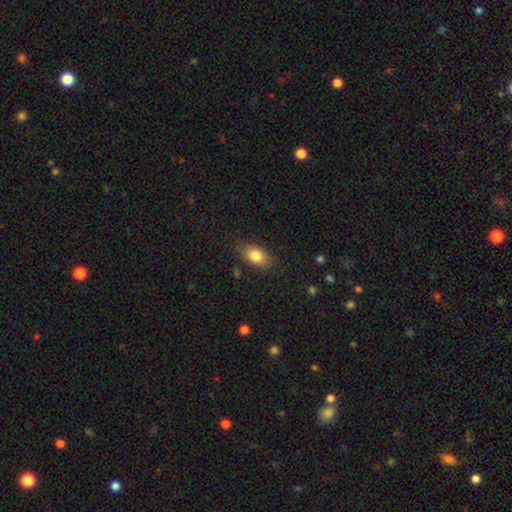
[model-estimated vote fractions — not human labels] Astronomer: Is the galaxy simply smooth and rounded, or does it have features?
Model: smooth — 82%.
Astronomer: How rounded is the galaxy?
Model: in between — 86%.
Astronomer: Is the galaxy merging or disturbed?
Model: none — 81%.